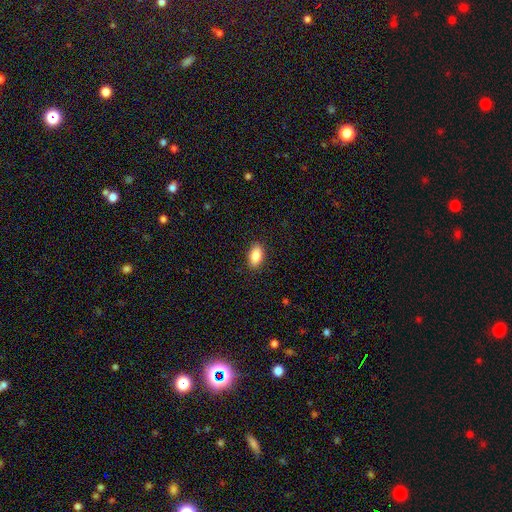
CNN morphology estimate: Smooth or featured? Predicted: smooth (p=0.86). How rounded? Predicted: in between (p=0.91). Merging? Predicted: none (p=0.88).